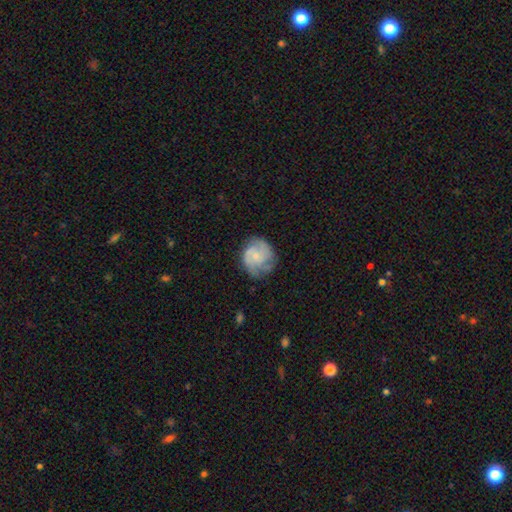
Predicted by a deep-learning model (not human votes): Smooth or featured? featured or disk (70%)
Edge-on disk? no (98%)
Bar? no (71%)
Spiral arms? yes (92%)
Spiral winding? medium (43%)
Spiral arm count? 2 (38%)
Bulge size? small (68%)
Merging? none (62%)